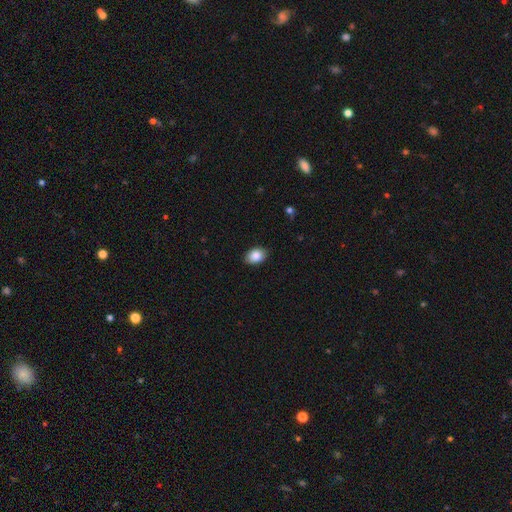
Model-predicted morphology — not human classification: Smooth or featured: smooth — 88% (star or artifact — 7%)
How rounded: in between — 81% (round — 18%)
Merging: none — 87% (minor disturbance — 10%)